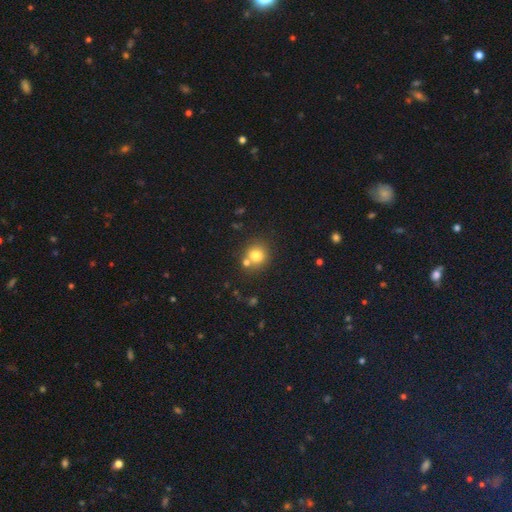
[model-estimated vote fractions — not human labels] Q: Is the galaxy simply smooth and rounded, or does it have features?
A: smooth — 77%.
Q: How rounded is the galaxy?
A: round — 86%.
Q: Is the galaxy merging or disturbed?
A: none — 67%.